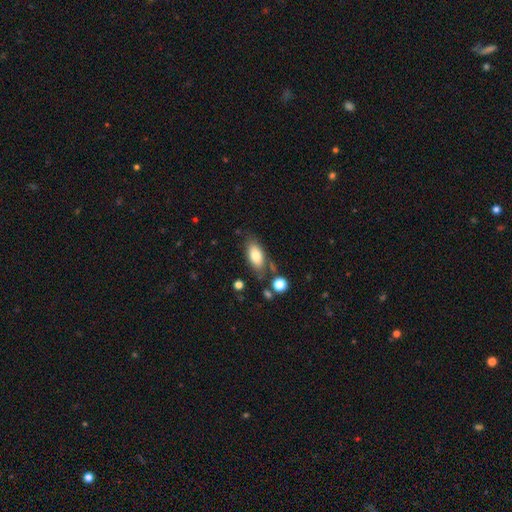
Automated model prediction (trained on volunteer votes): smooth-or-featured: smooth: 80% | featured or disk: 13% | star or artifact: 7%
  how-rounded: in between: 88% | cigar-shaped: 9% | round: 3%
  merging: none: 68% | minor disturbance: 18% | merger: 8% | major disturbance: 6%